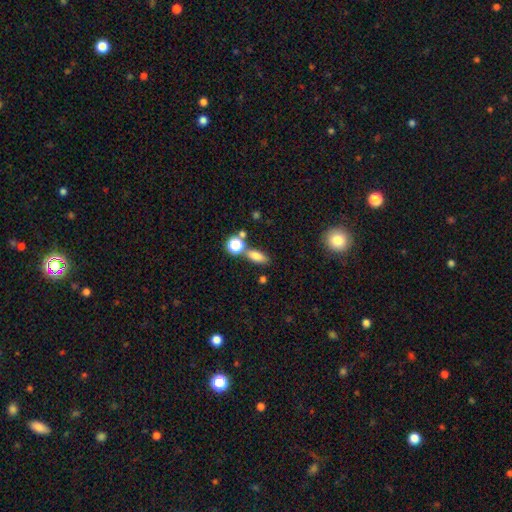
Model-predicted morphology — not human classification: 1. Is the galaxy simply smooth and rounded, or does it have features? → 77% smooth, 14% star or artifact, 9% featured or disk.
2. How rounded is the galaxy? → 70% in between, 18% cigar-shaped, 12% round.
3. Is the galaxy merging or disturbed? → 65% none, 18% merger, 12% minor disturbance, 5% major disturbance.